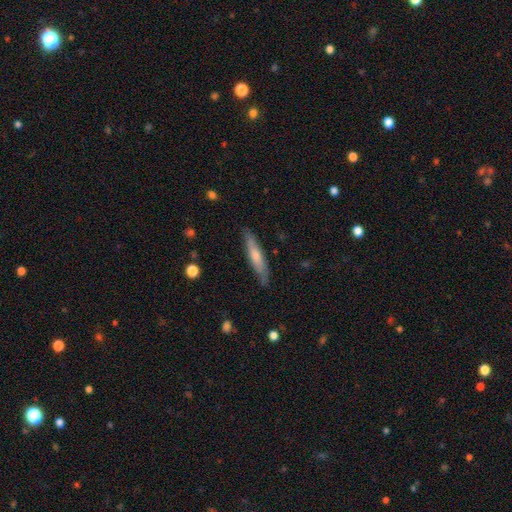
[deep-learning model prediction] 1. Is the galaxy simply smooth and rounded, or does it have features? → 57% smooth, 37% featured or disk, 5% star or artifact.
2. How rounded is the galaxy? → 85% cigar-shaped, 13% in between, 1% round.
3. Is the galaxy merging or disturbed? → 81% none, 15% minor disturbance, 3% major disturbance, 1% merger.